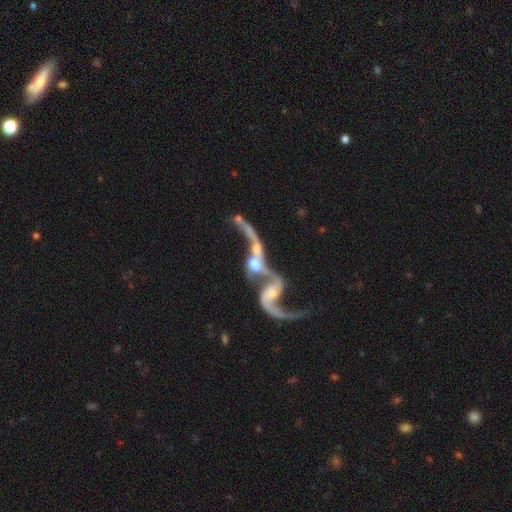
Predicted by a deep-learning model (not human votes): This is likely a featured or disk galaxy (75%). It is clearly not viewed edge-on (89%). Bar: likely no (63%). Spiral arm pattern: likely yes (74%). Central bulge: marginally moderate (34%). Merging: likely merger (76%).